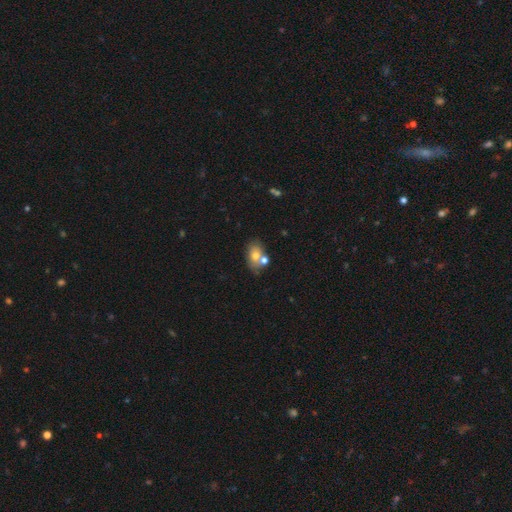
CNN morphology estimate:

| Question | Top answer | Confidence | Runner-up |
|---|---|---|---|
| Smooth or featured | smooth | 69% | featured or disk (22%) |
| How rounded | in between | 83% | round (16%) |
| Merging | none | 53% | merger (27%) |